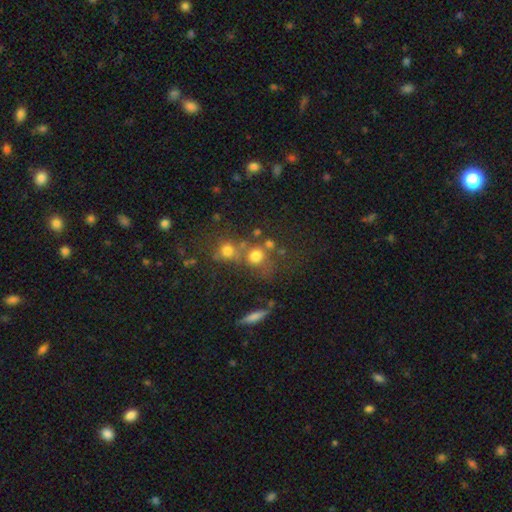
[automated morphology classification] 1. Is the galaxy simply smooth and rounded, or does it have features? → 71% smooth, 17% star or artifact, 12% featured or disk.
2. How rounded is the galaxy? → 81% round, 17% in between, 2% cigar-shaped.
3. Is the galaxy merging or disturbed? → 51% none, 31% merger, 12% minor disturbance, 7% major disturbance.